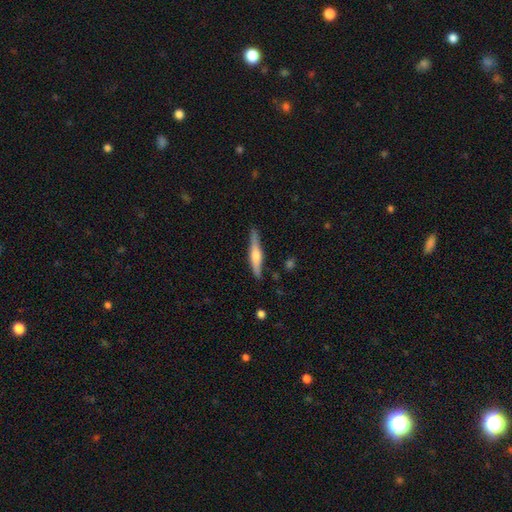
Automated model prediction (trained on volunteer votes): featured or disk 62%, smooth 33%, star or artifact 6%. Down the decision tree: edge-on disk — yes (97%); edge-on bulge — rounded (85%); merging — none (87%).